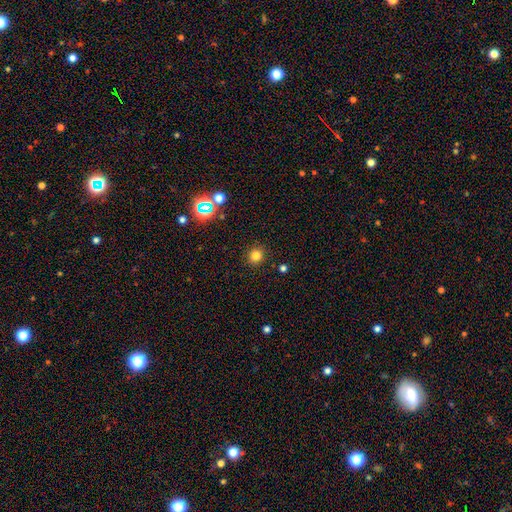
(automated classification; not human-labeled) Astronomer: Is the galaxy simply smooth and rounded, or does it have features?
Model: smooth — 78%.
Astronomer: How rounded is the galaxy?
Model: round — 91%.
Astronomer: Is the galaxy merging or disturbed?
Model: none — 90%.